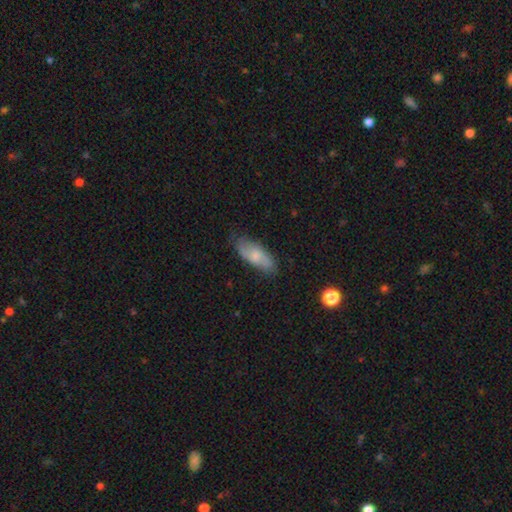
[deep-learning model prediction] Smooth or featured?
  - smooth: 56% *
  - featured or disk: 37%
  - star or artifact: 7%
How rounded?
  - in between: 76% *
  - cigar-shaped: 21%
  - round: 3%
Merging?
  - none: 72% *
  - minor disturbance: 21%
  - major disturbance: 5%
  - merger: 2%